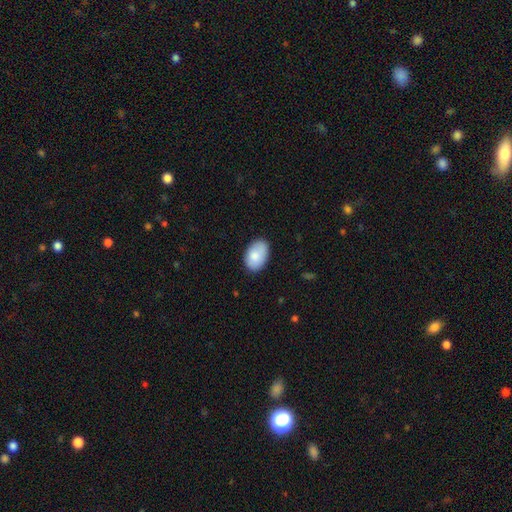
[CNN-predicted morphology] smooth_or_featured: smooth (p=0.84) [alt: featured or disk p=0.10]
how_rounded: in between (p=0.90) [alt: round p=0.09]
merging: none (p=0.82) [alt: minor disturbance p=0.14]